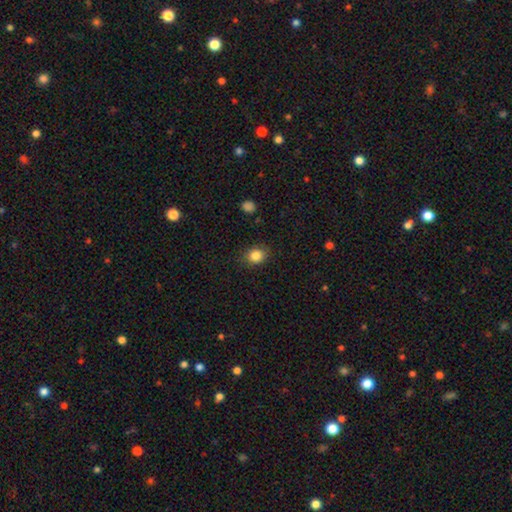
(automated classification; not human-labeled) Smooth or featured: smooth — 85% (star or artifact — 10%)
How rounded: round — 62% (in between — 38%)
Merging: none — 85% (minor disturbance — 11%)